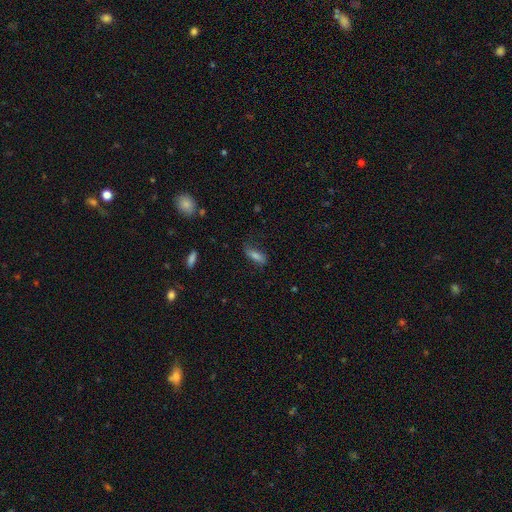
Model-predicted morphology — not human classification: Smooth or featured? smooth (70%)
How rounded? in between (56%)
Merging? none (62%)